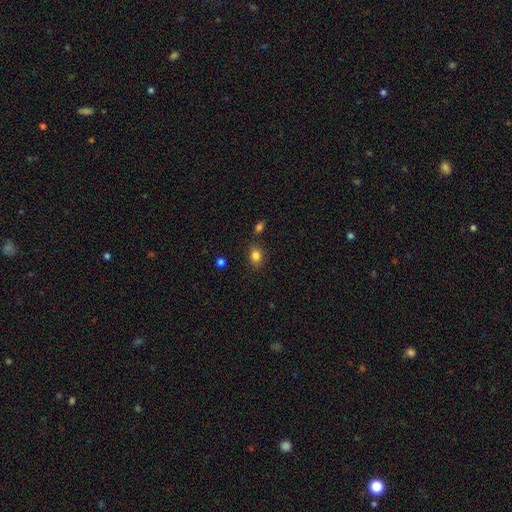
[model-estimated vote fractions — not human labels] Smooth or featured: smooth — 84% (star or artifact — 11%)
How rounded: in between — 55% (round — 44%)
Merging: none — 82% (minor disturbance — 10%)